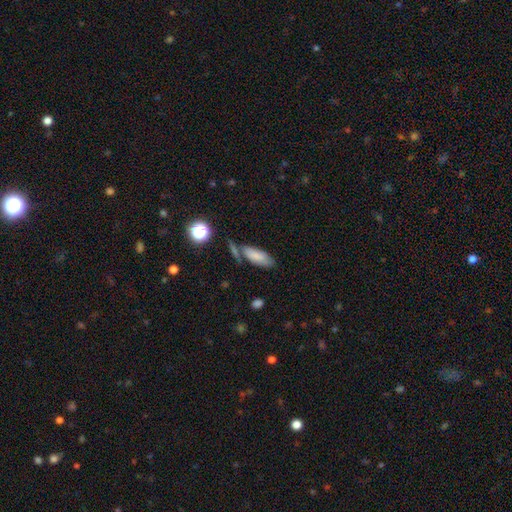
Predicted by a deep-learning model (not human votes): A smooth galaxy with no disk features (77%) that is in between round and cigar-shaped (74%). Merging: none (57%).